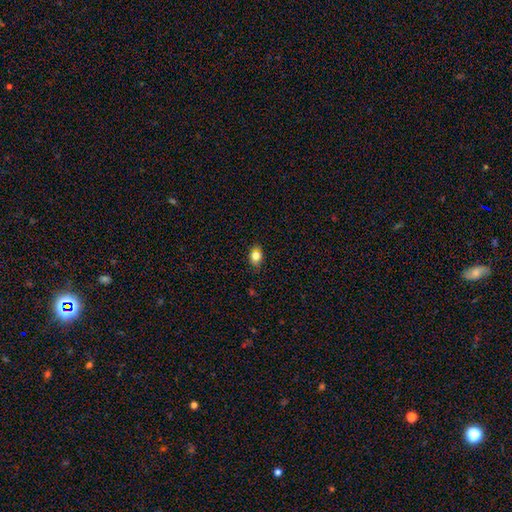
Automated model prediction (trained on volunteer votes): A smooth galaxy with no disk features (81%) that is in between round and cigar-shaped (69%).

Vote fractions:
- Smooth or featured? smooth: 81% / star or artifact: 11% / featured or disk: 8%
- How rounded? in between: 69% / round: 29% / cigar-shaped: 2%
- Merging? none: 83% / minor disturbance: 13% / major disturbance: 3% / merger: 1%